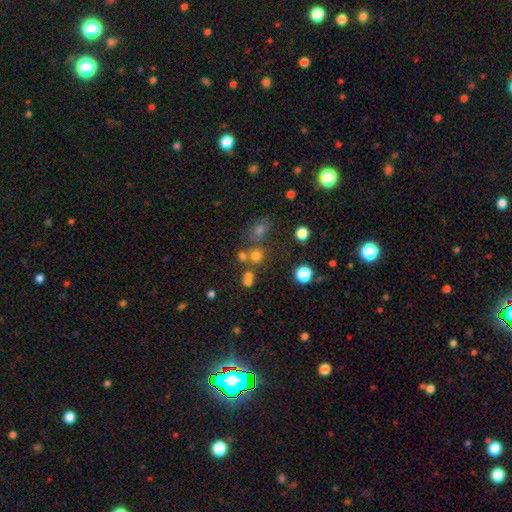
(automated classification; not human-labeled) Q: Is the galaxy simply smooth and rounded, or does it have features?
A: smooth — 65%.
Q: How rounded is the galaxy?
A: round — 84%.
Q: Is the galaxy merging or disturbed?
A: none — 60%.